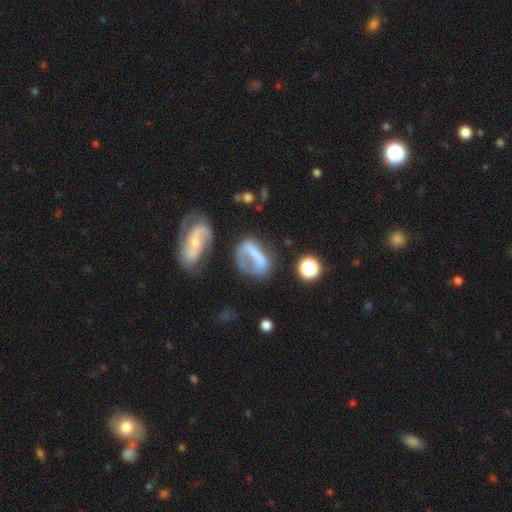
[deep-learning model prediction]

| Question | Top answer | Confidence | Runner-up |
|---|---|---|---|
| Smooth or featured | smooth | 44% | featured or disk (43%) |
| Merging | major disturbance | 36% | none (29%) |